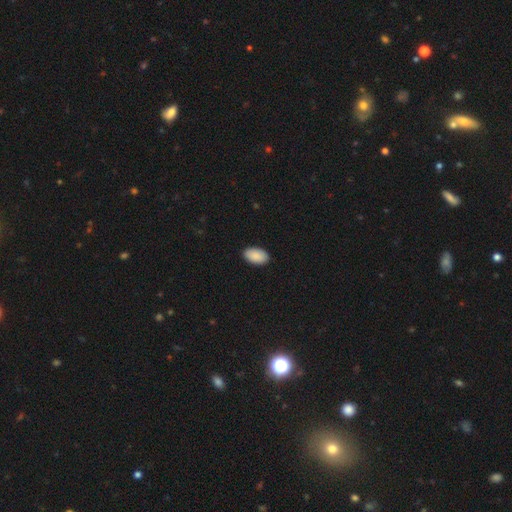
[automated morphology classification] Overall: smooth (91%). How rounded: in between (95%). Merging: none (90%).